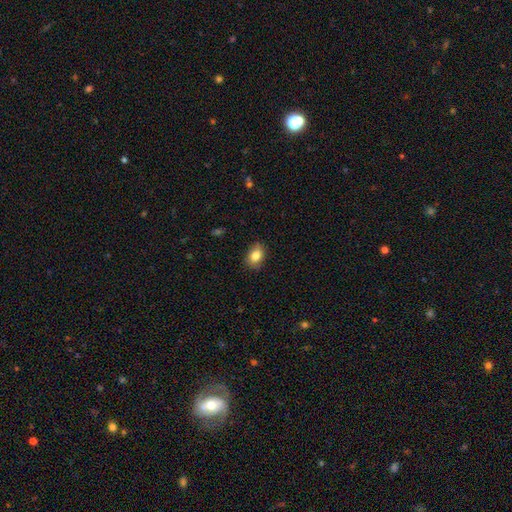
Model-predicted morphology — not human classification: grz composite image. It shows a smooth galaxy with no disk features (83%) that is in between round and cigar-shaped (71%). Merging: none (82%).